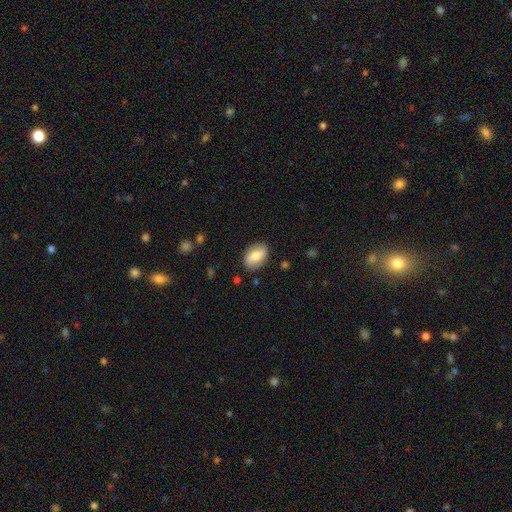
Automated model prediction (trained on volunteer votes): Overall: smooth (65%; featured or disk 28%). How rounded: in between (88%). Merging: none (84%).